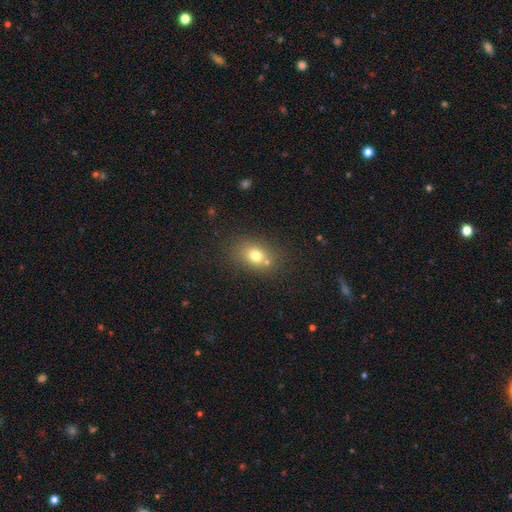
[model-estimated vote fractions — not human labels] A smooth galaxy with no disk features (74%) that is in between round and cigar-shaped (60%). Merging: none (69%).